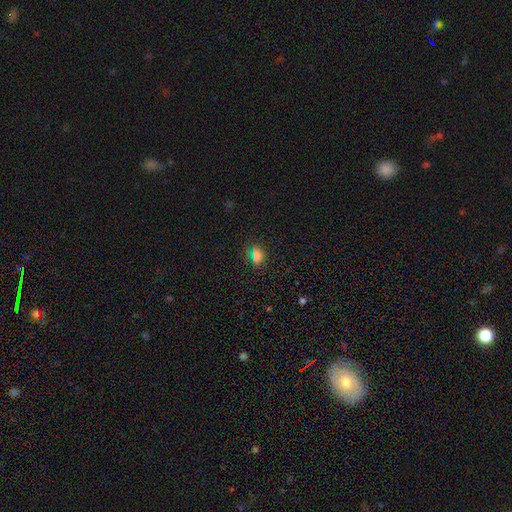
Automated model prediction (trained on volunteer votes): Overall: smooth (66%; star or artifact 27%). How rounded: round (53%; in between 44%). Merging: none (83%).